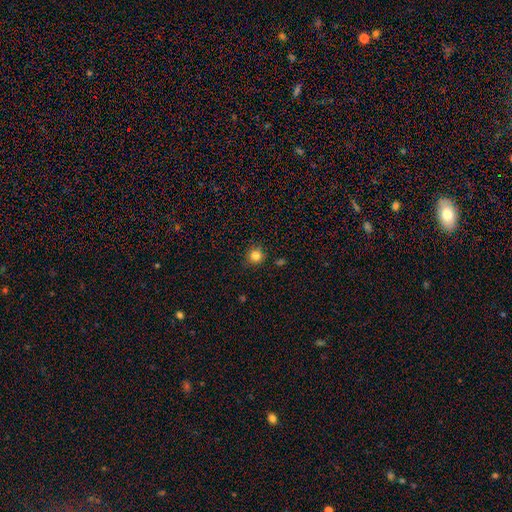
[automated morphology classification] Smooth or featured? Predicted: smooth (p=0.82). How rounded? Predicted: round (p=0.92). Merging? Predicted: none (p=0.87).